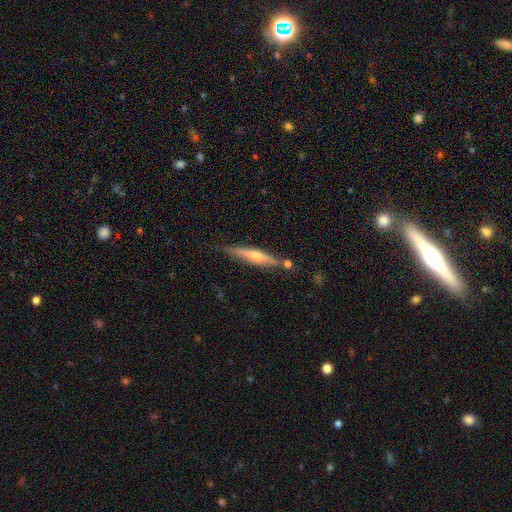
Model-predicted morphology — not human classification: Smooth or featured?
  - featured or disk: 54% *
  - smooth: 40%
  - star or artifact: 6%
Edge-on disk?
  - yes: 93% *
  - no: 7%
Edge-on bulge?
  - rounded: 80% *
  - none: 14%
  - boxy: 6%
Merging?
  - none: 76% *
  - minor disturbance: 14%
  - merger: 6%
  - major disturbance: 3%